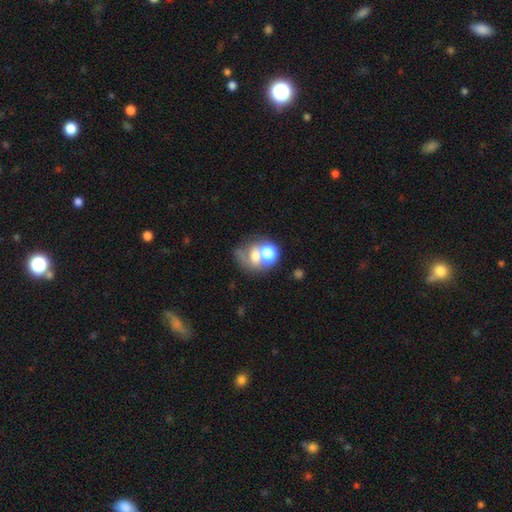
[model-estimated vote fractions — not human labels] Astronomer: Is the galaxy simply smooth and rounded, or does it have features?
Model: smooth — 52% (runner-up: featured or disk, 28%).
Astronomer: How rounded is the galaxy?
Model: round — 59% (runner-up: in between, 40%).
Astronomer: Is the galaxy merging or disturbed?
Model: merger — 47% (runner-up: none, 32%).